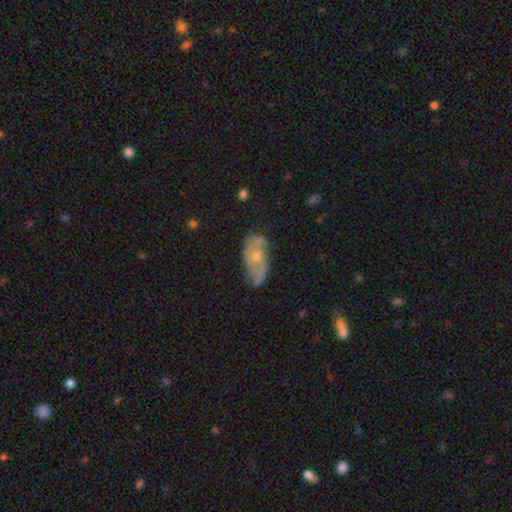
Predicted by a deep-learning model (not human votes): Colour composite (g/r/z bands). It shows a featured or disk galaxy (70%) with no bar (73%), 2 (63%) medium (42%) spiral arms (83%) and a small central bulge (51%). Merging: none (62%).